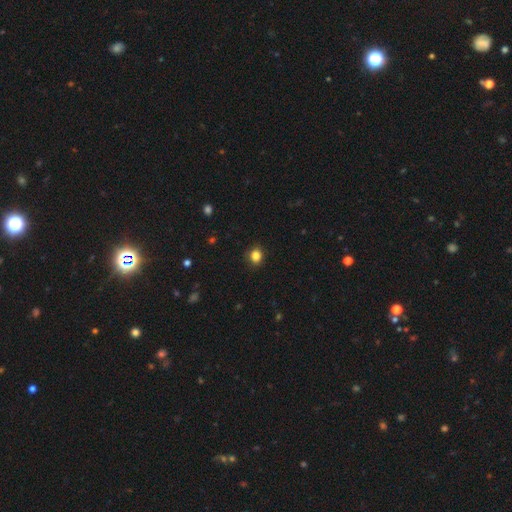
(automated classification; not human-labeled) A smooth galaxy with no disk features (85%) that is round (71%). Merging: none (88%).